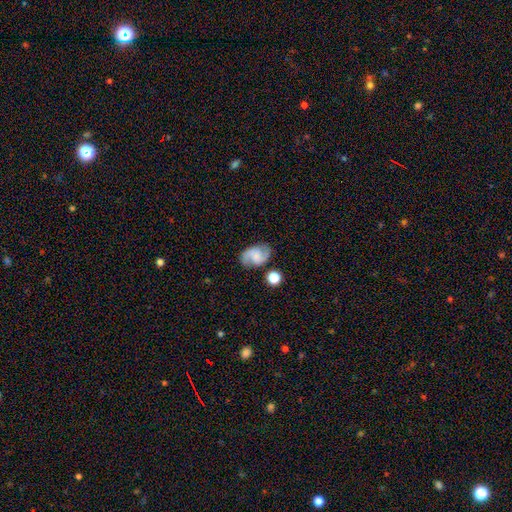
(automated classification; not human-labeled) Overall: featured or disk (75%). Edge-on disk: no (98%). Bar: no (51%; weak 39%). Spiral arms: yes (96%). Spiral arm count: 2 (93%). Spiral winding: medium (51%; loose 32%). Bulge size: none (44%; small 28%). Merging: none (78%).